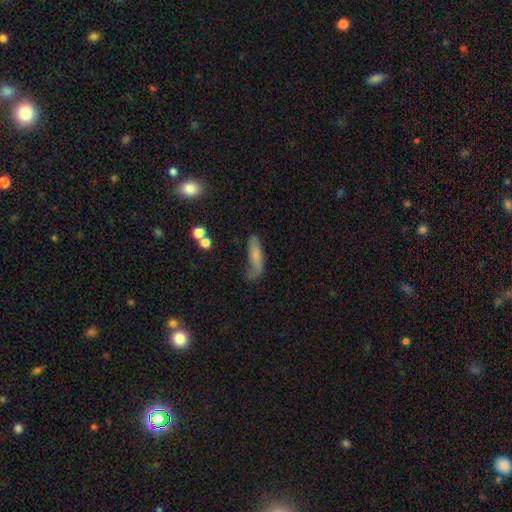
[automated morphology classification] This appears to be a smooth galaxy with no disk features (63%) that is cigar-shaped (55%). Merging: none (41%).